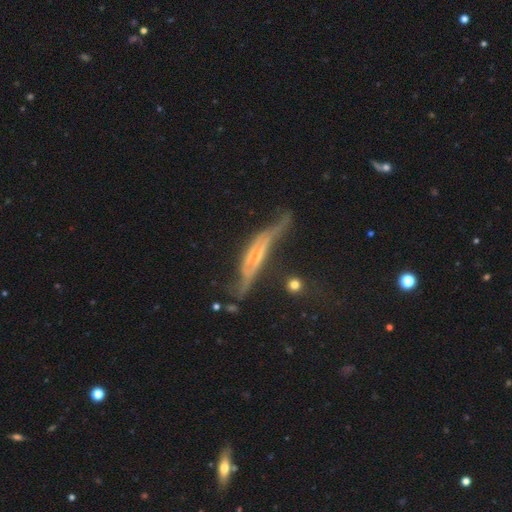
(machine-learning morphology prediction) A featured or disk galaxy (76%) viewed edge-on (73%) with a rounded central bulge (40%).

Vote fractions:
- Smooth or featured? featured or disk: 76% / smooth: 15% / star or artifact: 9%
- Edge-on disk? yes: 73% / no: 27%
- Edge-on bulge? rounded: 40% / none: 36% / boxy: 24%
- Merging? none: 43% / minor disturbance: 27% / major disturbance: 23% / merger: 6%